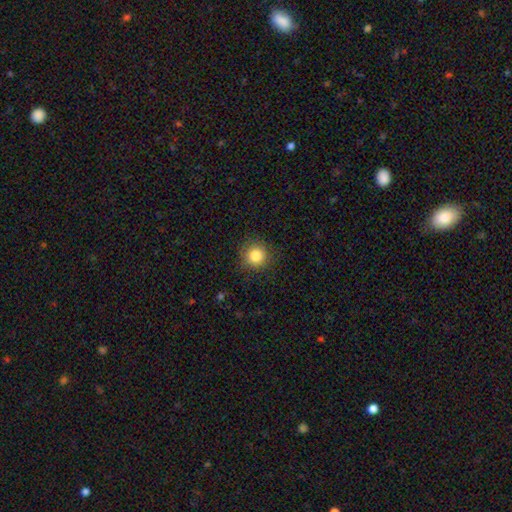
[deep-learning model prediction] This is clearly a smooth galaxy (83%). How rounded: clearly round (93%). Merging: clearly none (87%).